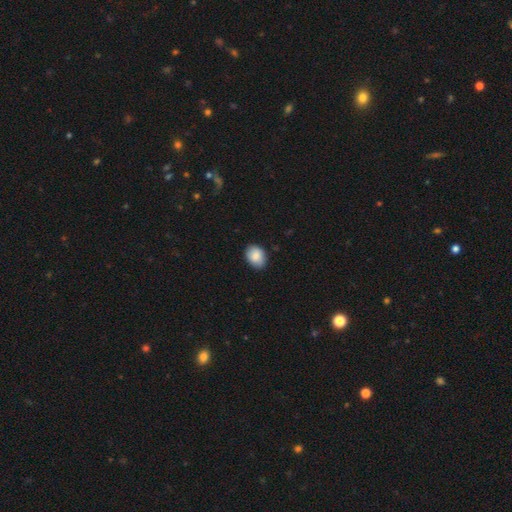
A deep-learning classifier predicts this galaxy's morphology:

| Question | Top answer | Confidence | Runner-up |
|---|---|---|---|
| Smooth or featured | smooth | 87% | star or artifact (7%) |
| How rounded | in between | 70% | round (29%) |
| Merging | none | 84% | minor disturbance (13%) |